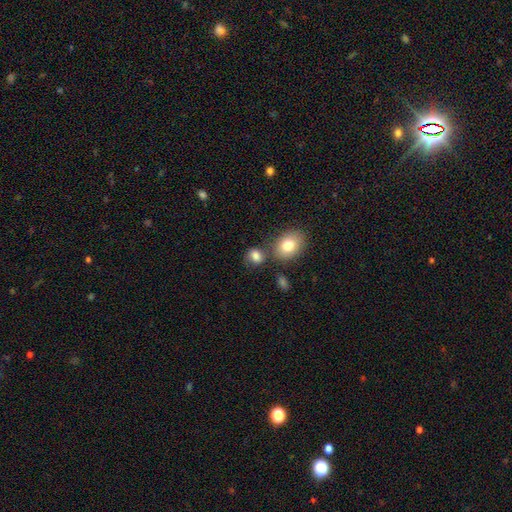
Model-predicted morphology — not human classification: A smooth galaxy with no disk features (80%) that is in between round and cigar-shaped (51%).

Vote fractions:
- Smooth or featured? smooth: 80% / featured or disk: 10% / star or artifact: 10%
- How rounded? in between: 51% / round: 47% / cigar-shaped: 1%
- Merging? none: 59% / merger: 18% / minor disturbance: 16% / major disturbance: 7%